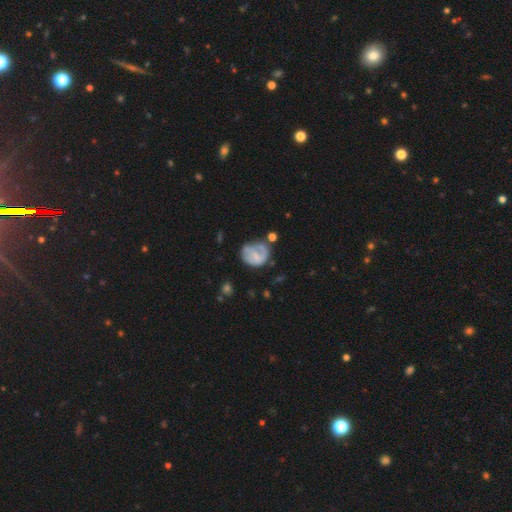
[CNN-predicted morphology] Q: Smooth or featured?
A: smooth (47%); runner-up: featured or disk (46%)
Q: Merging?
A: none (44%); runner-up: minor disturbance (29%)